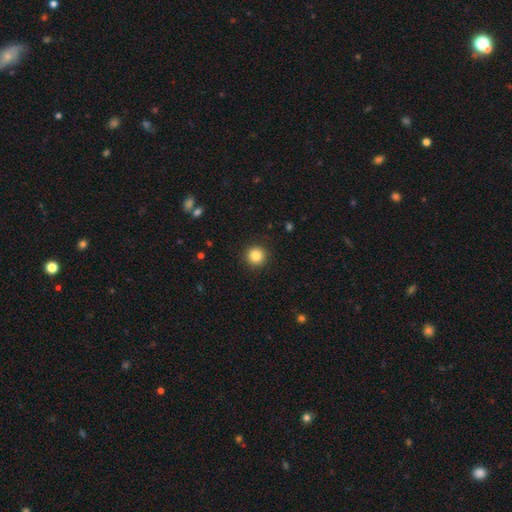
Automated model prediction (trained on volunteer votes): A smooth galaxy with no disk features (85%) that is round (95%). Merging: none (92%).